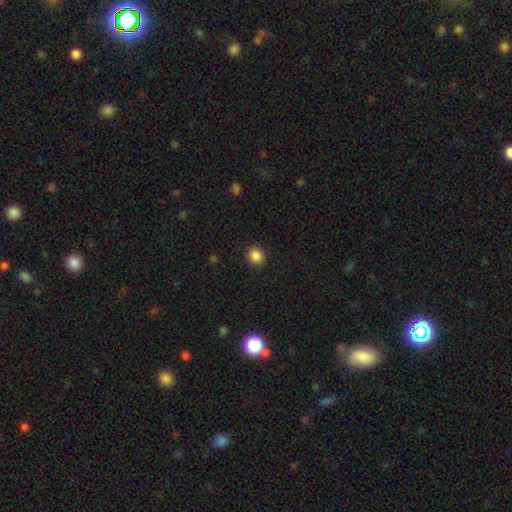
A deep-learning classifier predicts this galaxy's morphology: Smooth or featured: smooth — 87% (star or artifact — 10%)
How rounded: round — 87% (in between — 12%)
Merging: none — 91% (minor disturbance — 6%)